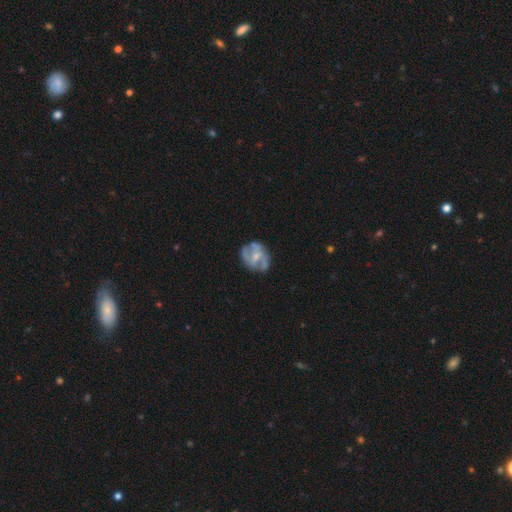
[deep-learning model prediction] Smooth or featured: featured or disk — 67% (smooth — 26%)
Edge-on disk: no — 97% (yes — 3%)
Bar: weak — 42% (tied with no — 42%)
Spiral arms: yes — 67% (no — 33%)
Bulge size: small — 53% (moderate — 37%)
Merging: none — 63% (minor disturbance — 23%)